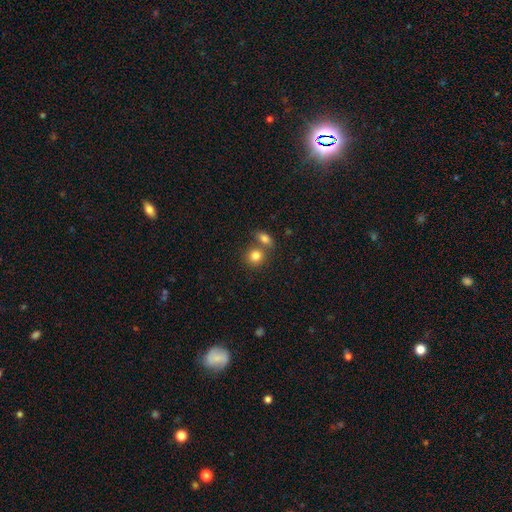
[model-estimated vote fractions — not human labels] Smooth or featured: smooth — 83% (star or artifact — 9%)
How rounded: round — 73% (in between — 25%)
Merging: none — 51% (merger — 37%)